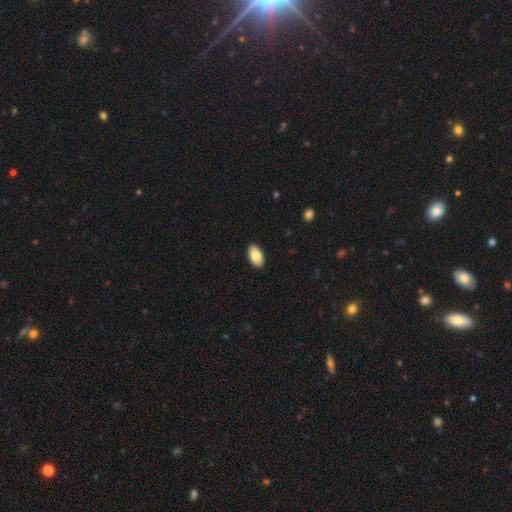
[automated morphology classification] Smooth or featured: smooth — 82% (featured or disk — 12%)
How rounded: in between — 95% (round — 4%)
Merging: none — 90% (minor disturbance — 7%)